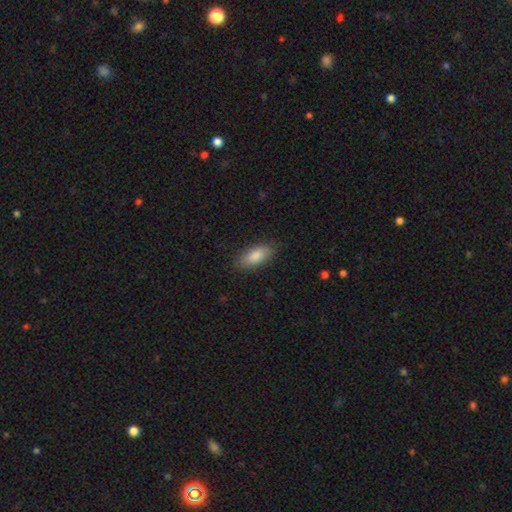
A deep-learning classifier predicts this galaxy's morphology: A smooth galaxy with no disk features (87%) that is in between round and cigar-shaped (87%).

Vote fractions:
- Smooth or featured? smooth: 87% / featured or disk: 7% / star or artifact: 6%
- How rounded? in between: 87% / cigar-shaped: 10% / round: 2%
- Merging? none: 85% / minor disturbance: 11% / major disturbance: 3% / merger: 1%